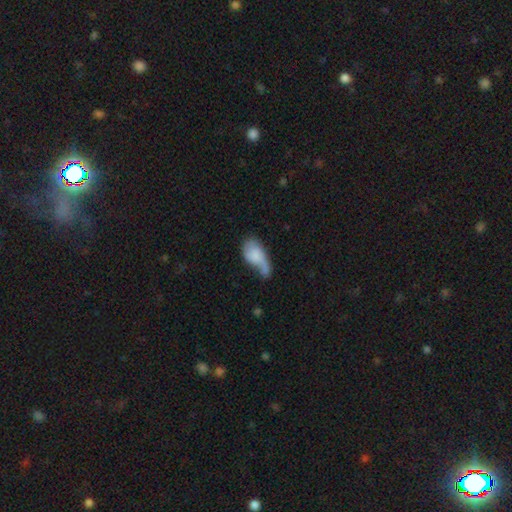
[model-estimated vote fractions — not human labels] The model was most divided on "merging": major disturbance: 38%, minor disturbance: 27%, none: 24%, merger: 12%. More confident: how rounded — in between (88%); smooth or featured — smooth (60%).